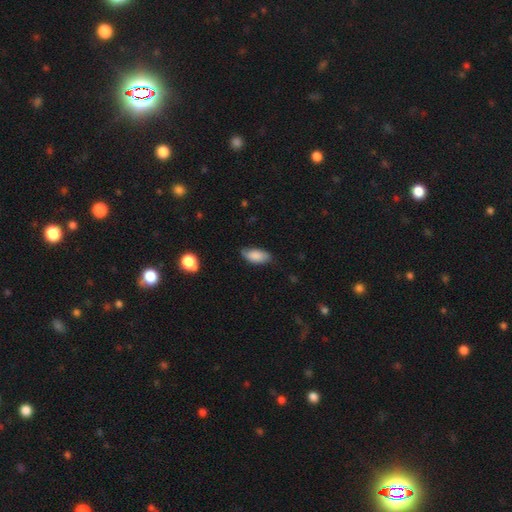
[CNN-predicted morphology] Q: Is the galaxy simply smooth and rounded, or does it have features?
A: smooth — 82%.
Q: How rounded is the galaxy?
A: in between — 92%.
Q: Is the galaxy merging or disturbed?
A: none — 65%.